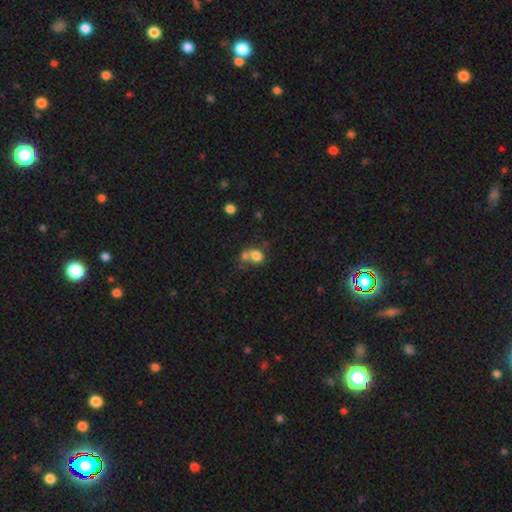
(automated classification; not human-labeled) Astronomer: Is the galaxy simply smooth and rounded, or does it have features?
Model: smooth — 76%.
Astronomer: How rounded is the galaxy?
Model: in between — 51% (runner-up: round, 48%).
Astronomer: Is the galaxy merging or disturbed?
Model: merger — 52% (runner-up: none, 32%).